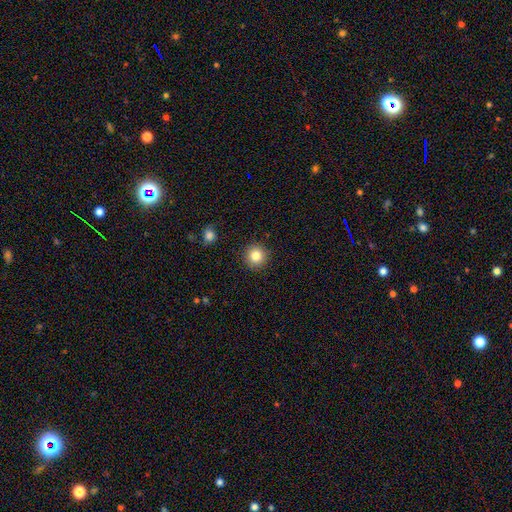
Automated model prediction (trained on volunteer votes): This is clearly a smooth galaxy (83%). How rounded: clearly round (95%). Merging: clearly none (91%).